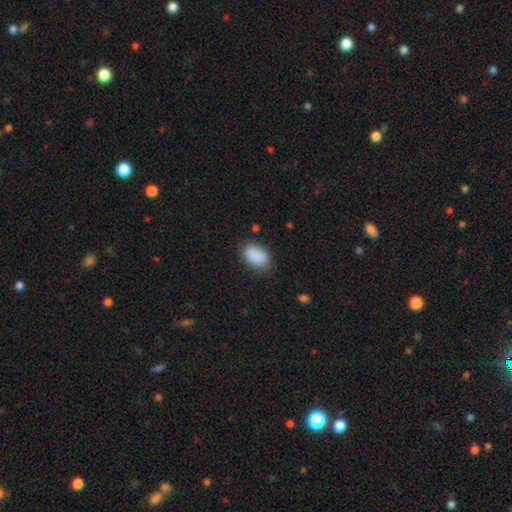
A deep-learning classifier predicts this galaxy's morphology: The model was most divided on "merging": none: 80%, minor disturbance: 15%, major disturbance: 4%, merger: 1%. More confident: how rounded — in between (89%); smooth or featured — smooth (89%).